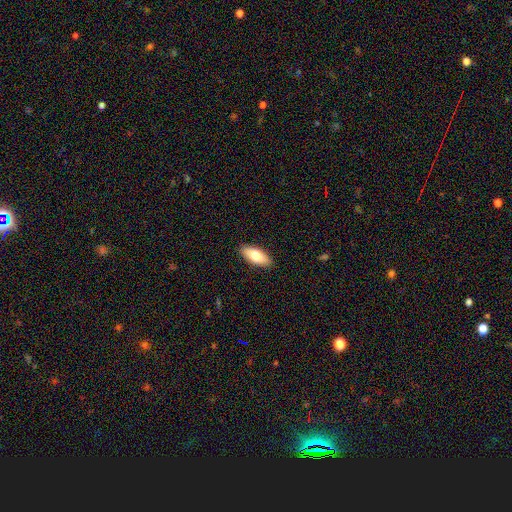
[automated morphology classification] This appears to be a smooth galaxy with no disk features (73%) that is in between round and cigar-shaped (80%). Merging: none (89%).